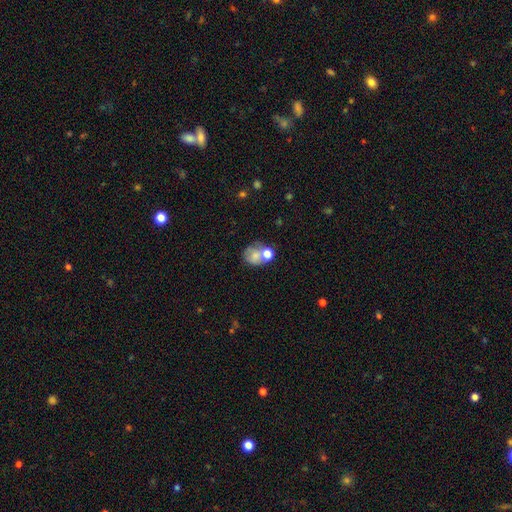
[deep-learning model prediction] A smooth galaxy with no disk features (64%) that is round (62%). Merging: merger (39%).